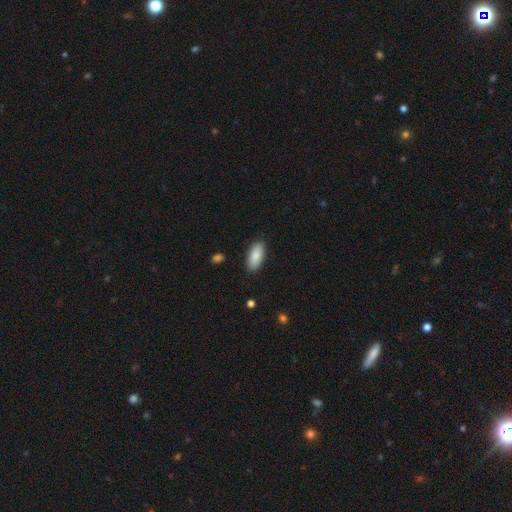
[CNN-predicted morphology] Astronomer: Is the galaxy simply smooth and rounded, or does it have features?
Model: smooth — 87%.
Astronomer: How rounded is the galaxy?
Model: in between — 88%.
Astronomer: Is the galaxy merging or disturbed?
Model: none — 88%.